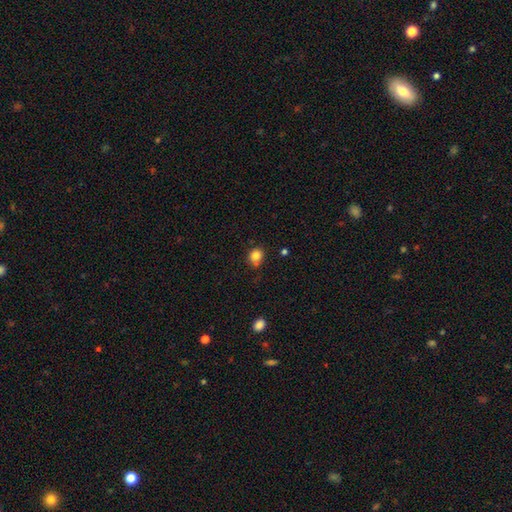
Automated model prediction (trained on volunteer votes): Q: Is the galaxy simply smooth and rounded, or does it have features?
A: smooth — 83%.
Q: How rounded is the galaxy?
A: round — 75%.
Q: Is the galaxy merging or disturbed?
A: none — 71%.